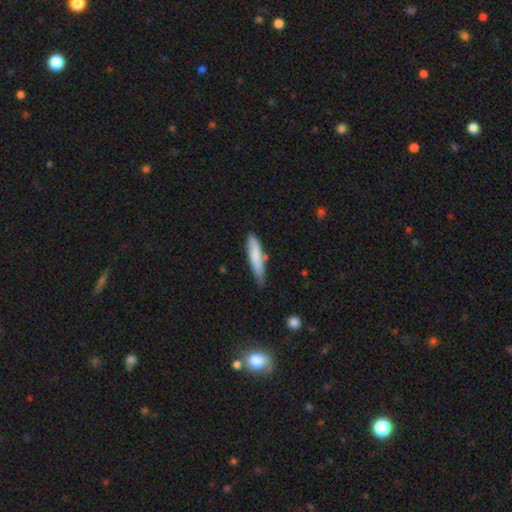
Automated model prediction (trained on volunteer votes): This appears to be a smooth galaxy with no disk features (78%) that is cigar-shaped (83%). Merging: none (65%).